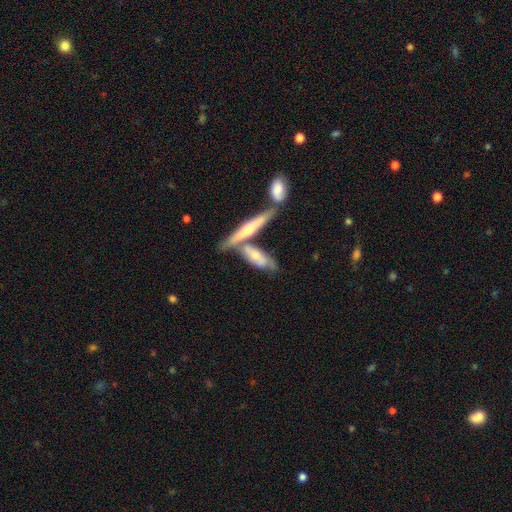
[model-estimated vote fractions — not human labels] smooth-or-featured: featured or disk: 50% | smooth: 45% | star or artifact: 5%
  disk-edge-on: yes: 59% | no: 41%
  merging: none: 41% | merger: 39% | minor disturbance: 15% | major disturbance: 5%